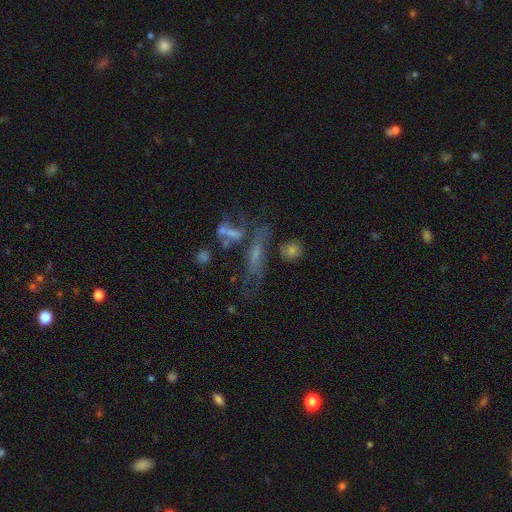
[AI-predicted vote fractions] Overall: featured or disk (49%; smooth 31%). Merging: none (37%; major disturbance 23%).